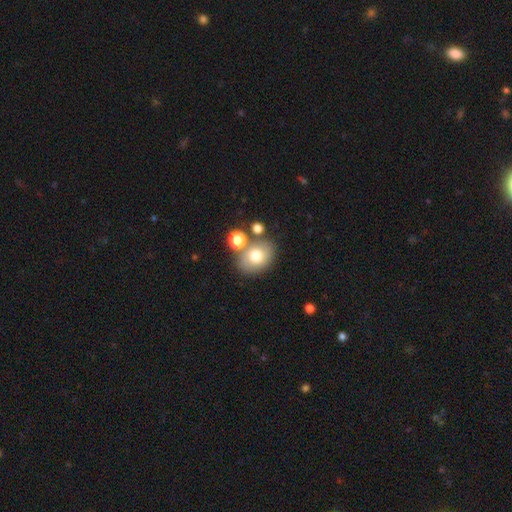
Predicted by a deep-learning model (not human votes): Smooth or featured: smooth — 72% (featured or disk — 17%)
How rounded: in between — 59% (round — 41%)
Merging: none — 69% (merger — 14%)